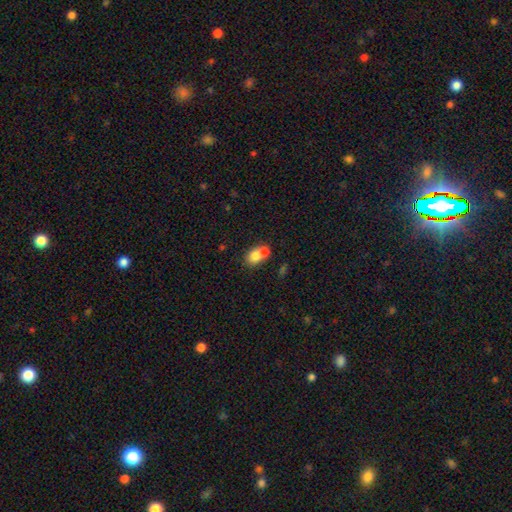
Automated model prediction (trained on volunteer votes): Smooth or featured? smooth (74%)
How rounded? in between (54%)
Merging? merger (60%)